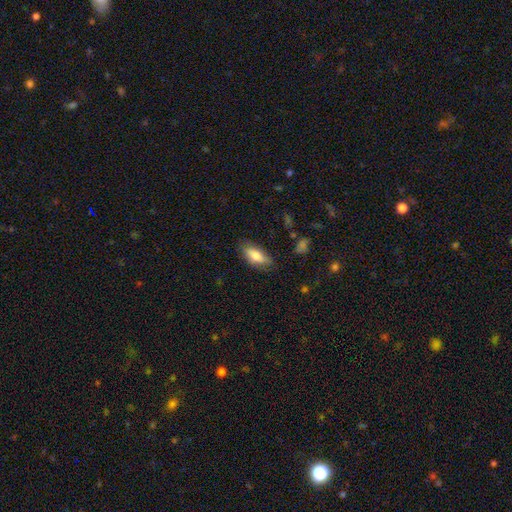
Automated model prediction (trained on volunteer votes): Smooth or featured? smooth (80%)
How rounded? in between (83%)
Merging? none (80%)